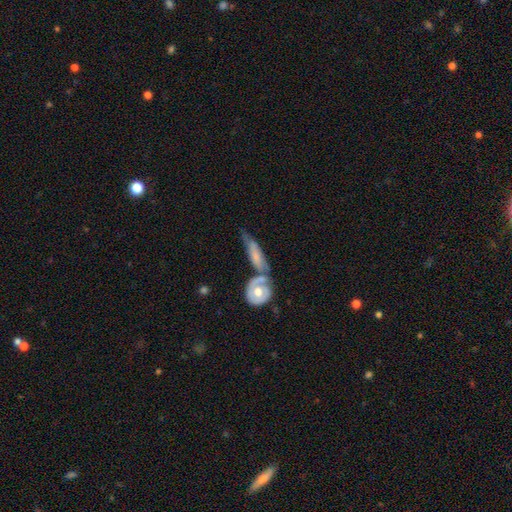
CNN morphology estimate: smooth 49%, featured or disk 45%, star or artifact 6%. Down the decision tree: merging — merger (38%).